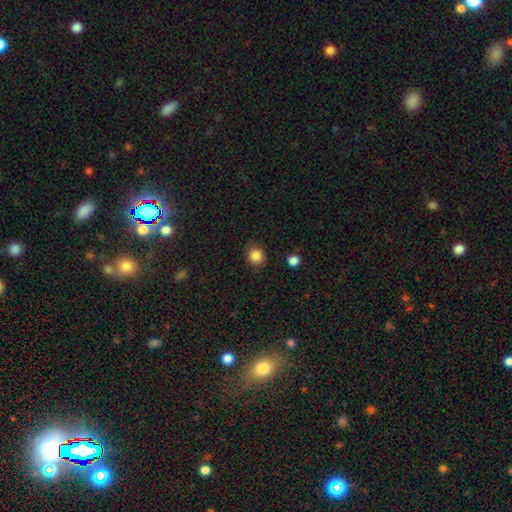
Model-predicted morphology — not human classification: type=smooth (85%); roundness=round (71%); merging=none (81%).